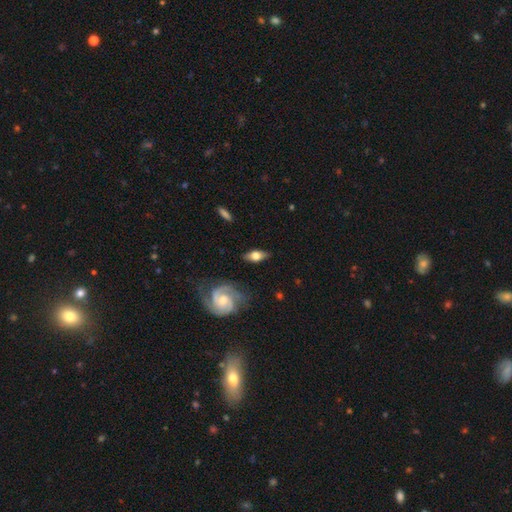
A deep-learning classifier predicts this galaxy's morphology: The model was most divided on "smooth or featured": featured or disk: 52%, smooth: 42%, star or artifact: 6%. More confident: merging — none (79%); edge-on disk — no (57%).